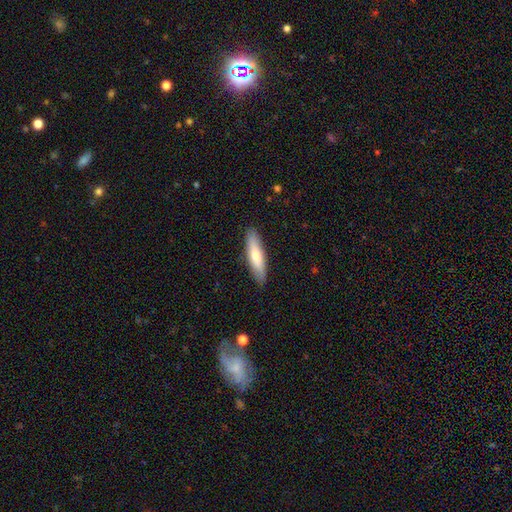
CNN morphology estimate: Smooth or featured?
  - smooth: 66% *
  - featured or disk: 28%
  - star or artifact: 6%
How rounded?
  - cigar-shaped: 75% *
  - in between: 24%
  - round: 1%
Merging?
  - none: 88% *
  - minor disturbance: 9%
  - major disturbance: 2%
  - merger: 1%